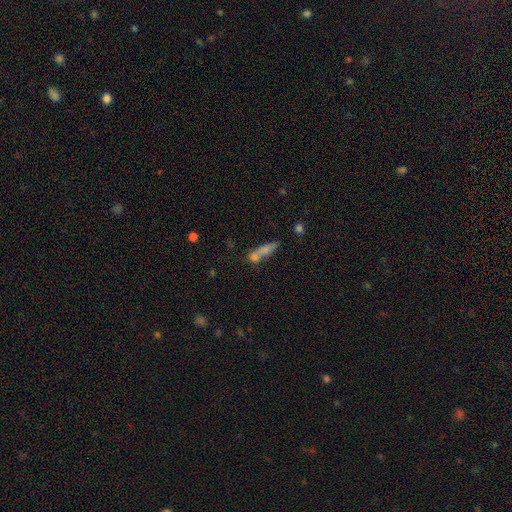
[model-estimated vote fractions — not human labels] This is likely a smooth galaxy (64%). How rounded: likely cigar-shaped (73%). Merging: possibly none (52%).